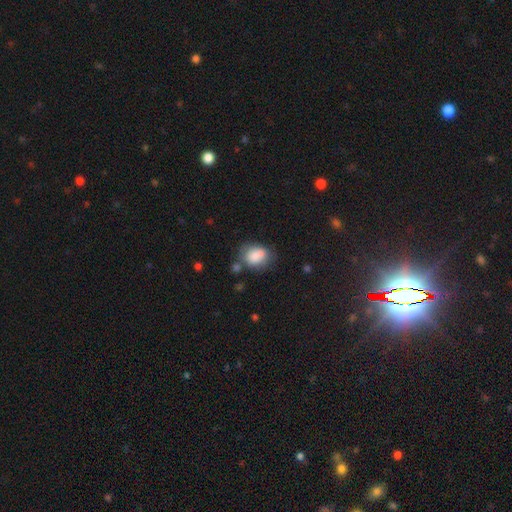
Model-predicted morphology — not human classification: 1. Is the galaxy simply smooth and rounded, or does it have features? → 79% smooth, 13% featured or disk, 9% star or artifact.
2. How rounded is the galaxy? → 55% in between, 43% round, 1% cigar-shaped.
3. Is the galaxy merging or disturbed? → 50% none, 24% minor disturbance, 18% merger, 8% major disturbance.